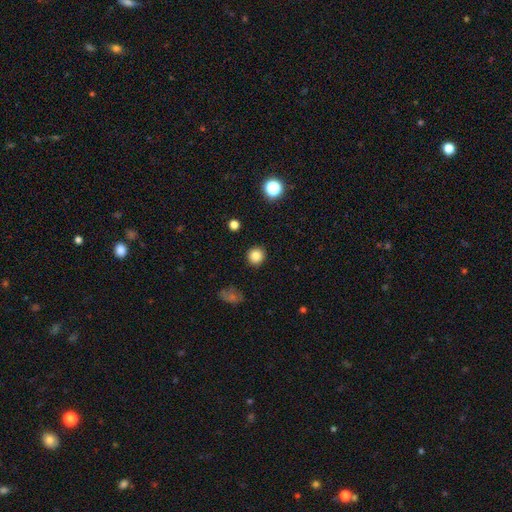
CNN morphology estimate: This appears to be a smooth galaxy with no disk features (84%) that is round (92%). Merging: none (91%).